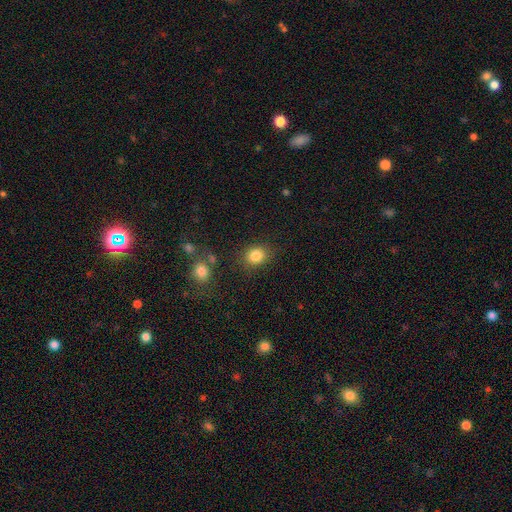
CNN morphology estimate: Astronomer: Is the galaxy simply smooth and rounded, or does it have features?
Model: smooth — 84%.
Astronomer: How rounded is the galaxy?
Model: round — 64%.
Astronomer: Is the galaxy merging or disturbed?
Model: none — 81%.